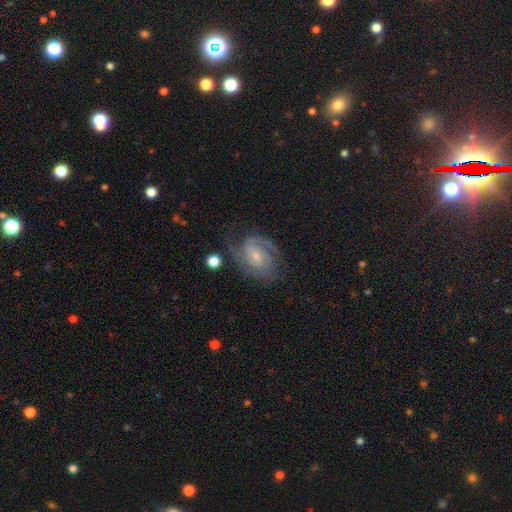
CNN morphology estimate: Smooth or featured?
  - featured or disk: 87% *
  - smooth: 8%
  - star or artifact: 5%
Edge-on disk?
  - no: 98% *
  - yes: 2%
Bar?
  - no: 48% *
  - weak: 42%
  - strong: 10%
Spiral arms?
  - yes: 97% *
  - no: 3%
Spiral winding?
  - tight: 51% *
  - medium: 40%
  - loose: 9%
Spiral arm count?
  - 2: 59% *
  - 3: 17%
  - can't tell: 13%
  - 1: 5%
  - 4: 3%
  - more than 4: 3%
Bulge size?
  - small: 67% *
  - moderate: 26%
  - none: 4%
  - large: 2%
  - dominant: 1%
Merging?
  - none: 67% *
  - minor disturbance: 19%
  - major disturbance: 11%
  - merger: 2%